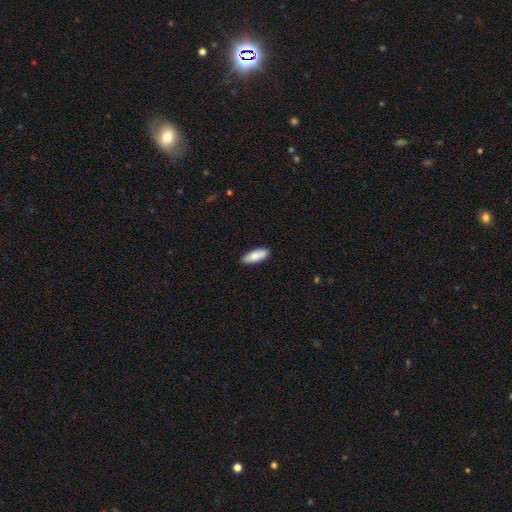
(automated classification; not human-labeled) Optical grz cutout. It shows a smooth galaxy with no disk features (81%) that is in between round and cigar-shaped (71%). Merging: none (86%).